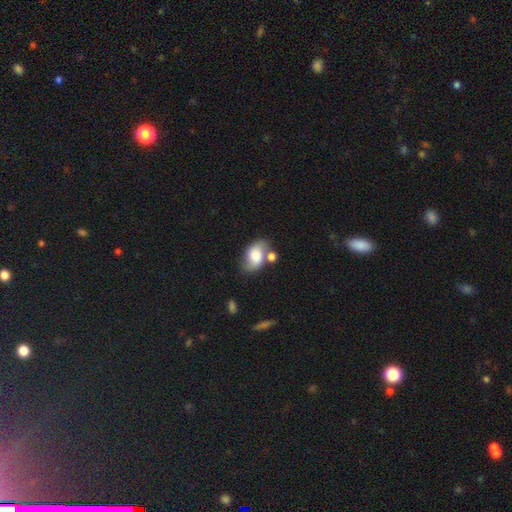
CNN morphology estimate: This is likely a smooth galaxy (60%). How rounded: clearly in between (85%). Merging: possibly none (49%).